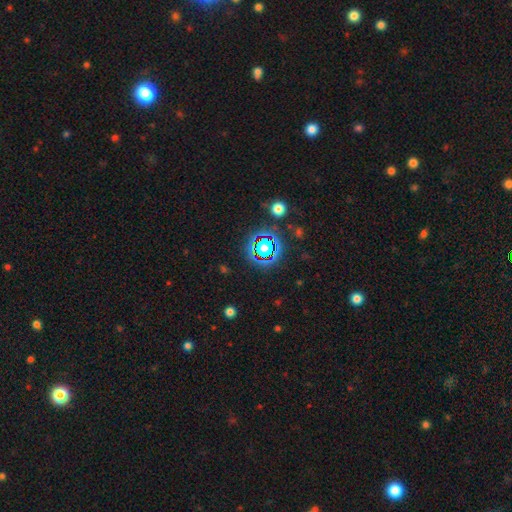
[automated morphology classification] star or artifact 77%, smooth 14%, featured or disk 9%.